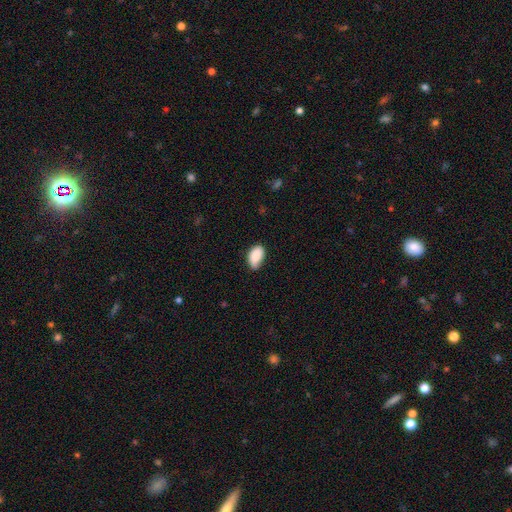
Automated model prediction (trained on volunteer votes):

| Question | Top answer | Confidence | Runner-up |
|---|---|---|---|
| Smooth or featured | smooth | 88% | star or artifact (7%) |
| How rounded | in between | 93% | round (6%) |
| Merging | none | 60% | minor disturbance (33%) |